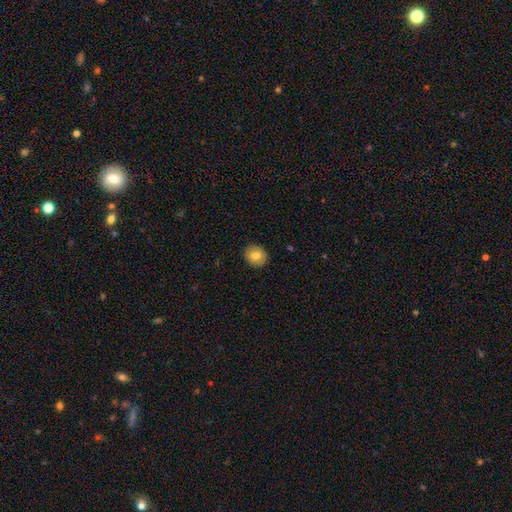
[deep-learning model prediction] This is likely a smooth galaxy (79%). How rounded: likely round (77%). Merging: clearly none (90%).